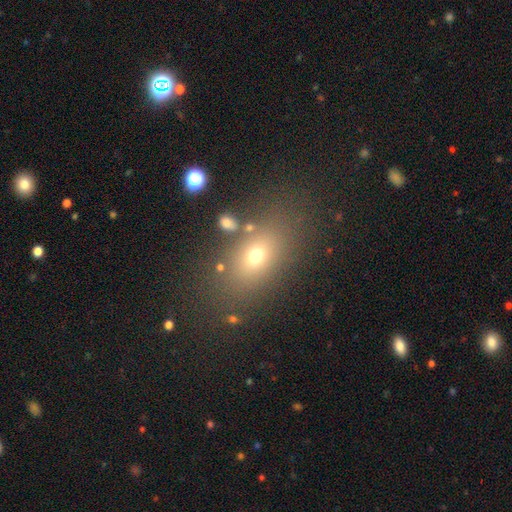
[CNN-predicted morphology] smooth 68%, star or artifact 17%, featured or disk 15%. Down the decision tree: how rounded — in between (76%); merging — none (77%).